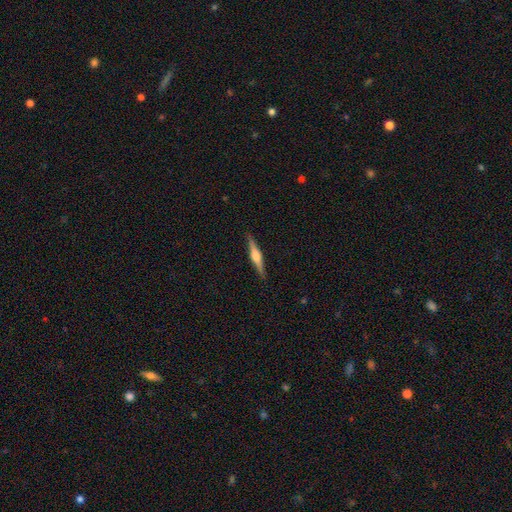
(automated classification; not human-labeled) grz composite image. It shows a featured or disk galaxy (71%) viewed edge-on (98%) with a rounded central bulge (84%). Merging: none (91%).